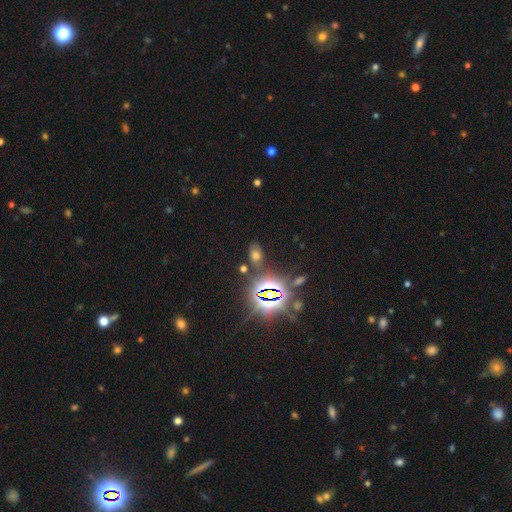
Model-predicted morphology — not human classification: smooth_or_featured: smooth (p=0.46) [alt: star or artifact p=0.42]
merging: none (p=0.70) [alt: minor disturbance p=0.16]